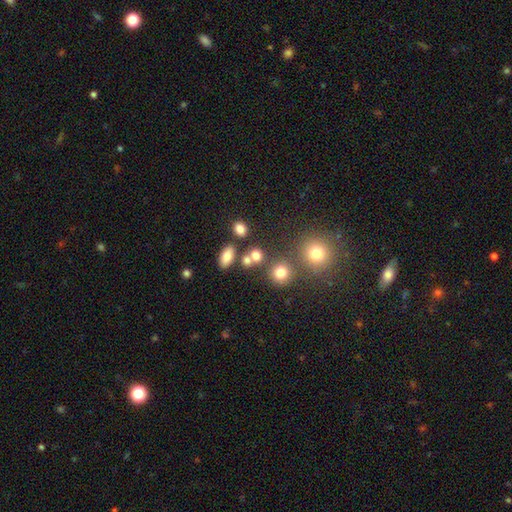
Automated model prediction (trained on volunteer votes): A smooth galaxy with no disk features (74%) that is round (67%). Merging: none (61%).